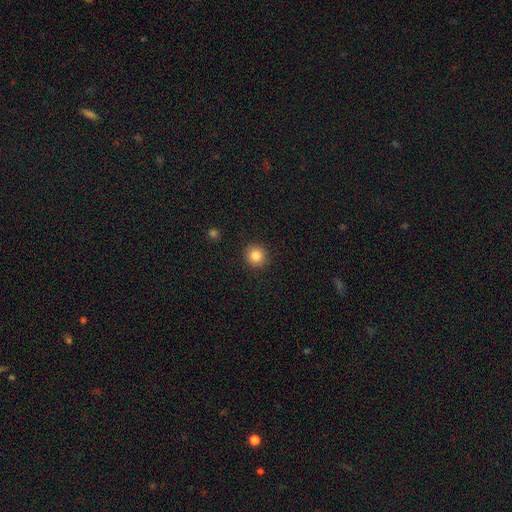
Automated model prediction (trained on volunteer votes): Overall: smooth (85%). How rounded: round (93%). Merging: none (92%).